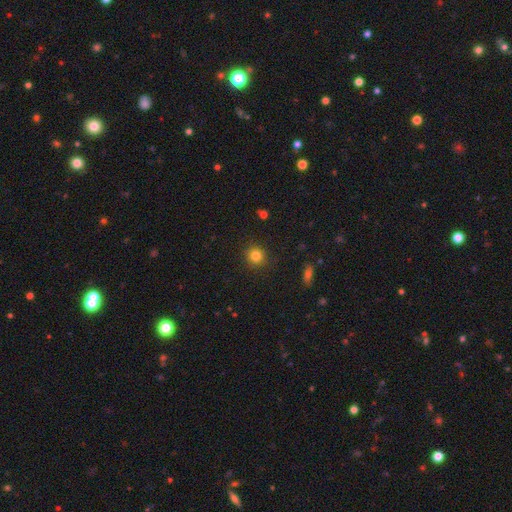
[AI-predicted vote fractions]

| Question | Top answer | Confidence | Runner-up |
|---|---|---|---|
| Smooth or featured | smooth | 83% | star or artifact (12%) |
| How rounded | round | 92% | in between (8%) |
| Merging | none | 90% | minor disturbance (7%) |